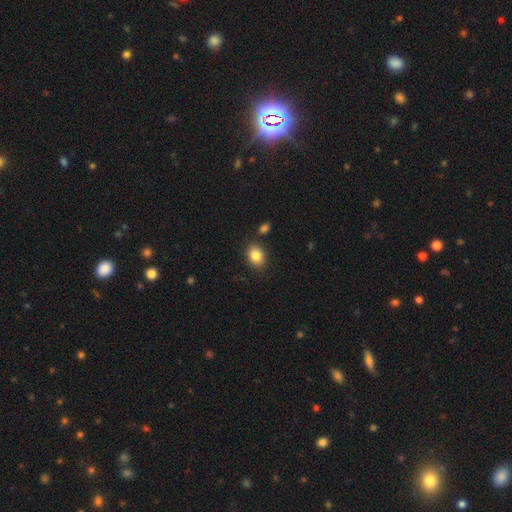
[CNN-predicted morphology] This is clearly a smooth galaxy (85%). How rounded: likely in between (68%). Merging: clearly none (83%).